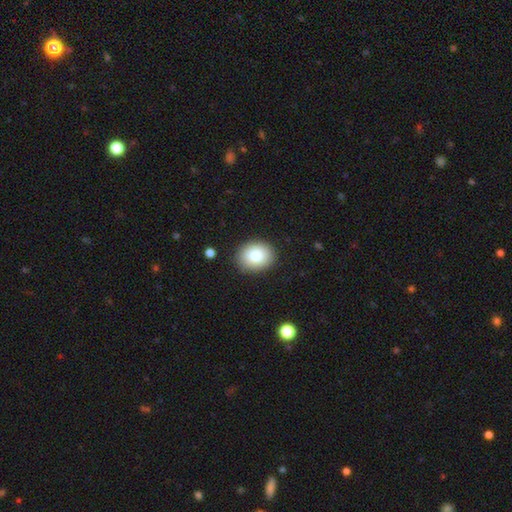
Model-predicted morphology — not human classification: Overall: smooth (83%). How rounded: round (56%; in between 43%). Merging: none (88%).